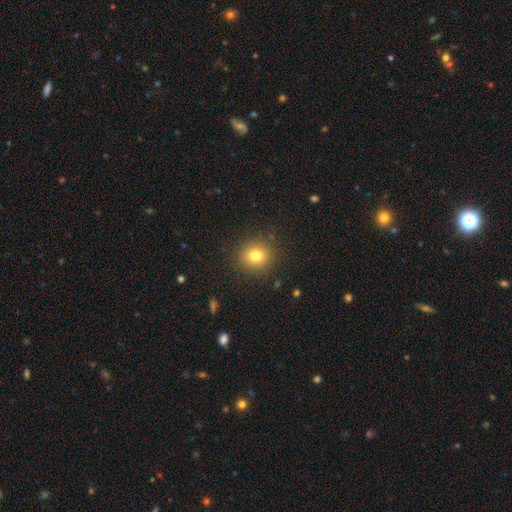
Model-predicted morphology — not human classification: Overall: smooth (78%). How rounded: round (84%). Merging: none (88%).